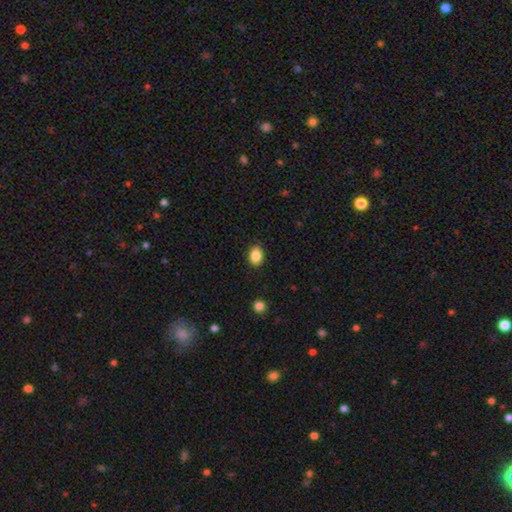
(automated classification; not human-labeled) smooth-or-featured: smooth: 87% | star or artifact: 9% | featured or disk: 4%
  how-rounded: in between: 70% | round: 29% | cigar-shaped: 1%
  merging: none: 89% | minor disturbance: 8% | major disturbance: 2% | merger: 1%